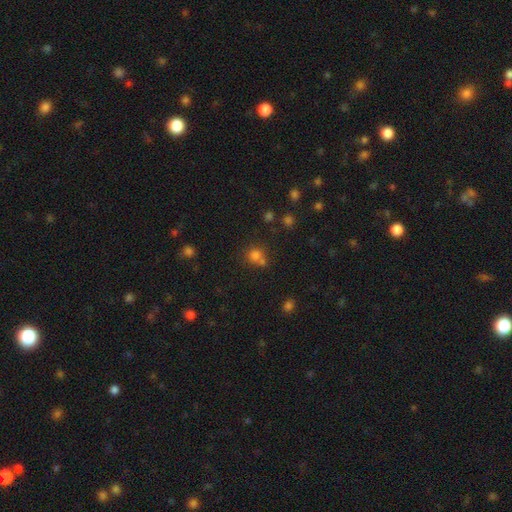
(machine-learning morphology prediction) This is likely a smooth galaxy (75%). How rounded: clearly round (88%). Merging: possibly none (55%).